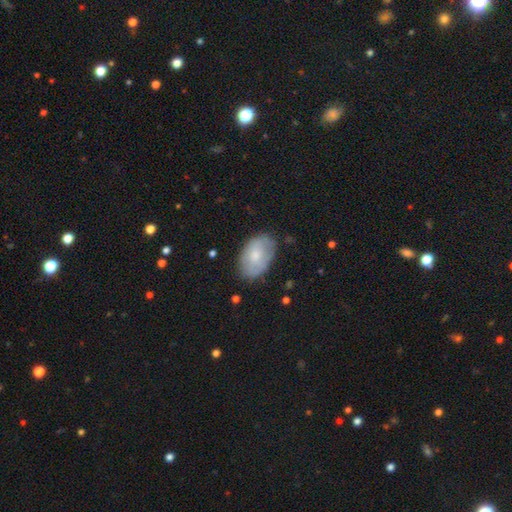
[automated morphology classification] A smooth galaxy with no disk features (68%) that is in between round and cigar-shaped (90%). Merging: none (75%).